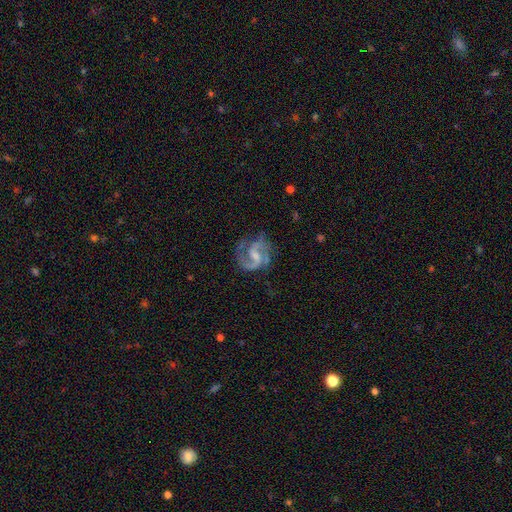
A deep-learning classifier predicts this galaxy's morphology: A featured or disk galaxy (89%) with a weak bar (55%), 2 (85%) medium (58%) spiral arms (97%) and a small central bulge (40%).

Vote fractions:
- Smooth or featured? featured or disk: 89% / smooth: 6% / star or artifact: 5%
- Edge-on disk? no: 98% / yes: 2%
- Bar? weak: 55% / no: 28% / strong: 17%
- Spiral arms? yes: 97% / no: 3%
- Spiral winding? medium: 58% / loose: 25% / tight: 17%
- Spiral arm count? 2: 85% / 3: 5% / 1: 4% / can't tell: 4% / 4: 1% / more than 4: 1%
- Bulge size? small: 40% / moderate: 31% / none: 25% / large: 3% / dominant: 1%
- Merging? none: 66% / minor disturbance: 19% / major disturbance: 14% / merger: 2%